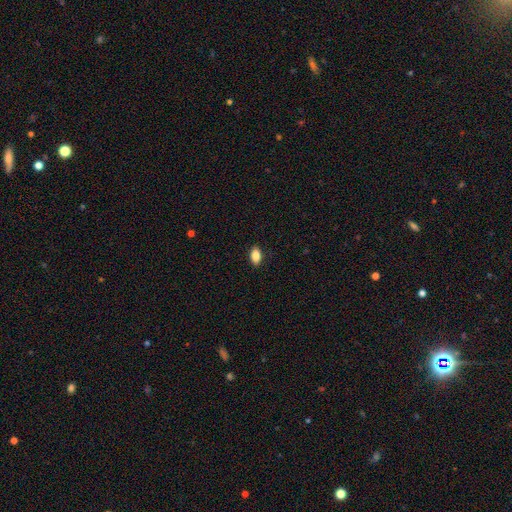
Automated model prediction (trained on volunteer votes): Overall: smooth (86%). How rounded: in between (90%). Merging: none (88%).